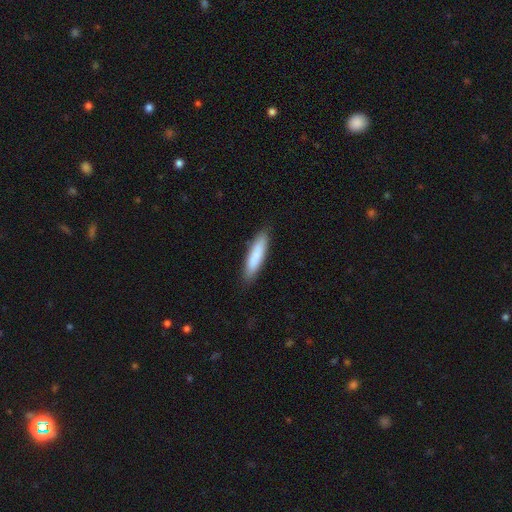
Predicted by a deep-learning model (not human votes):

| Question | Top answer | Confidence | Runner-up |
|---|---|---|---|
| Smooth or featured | smooth | 82% | featured or disk (13%) |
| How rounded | cigar-shaped | 77% | in between (22%) |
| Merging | none | 87% | minor disturbance (10%) |